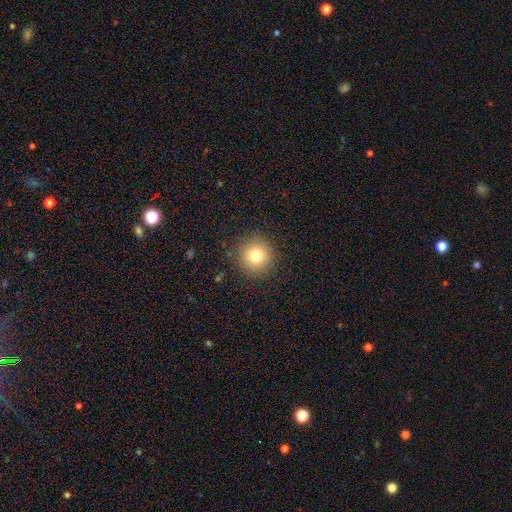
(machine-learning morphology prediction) Smooth or featured? smooth (78%)
How rounded? round (95%)
Merging? none (90%)